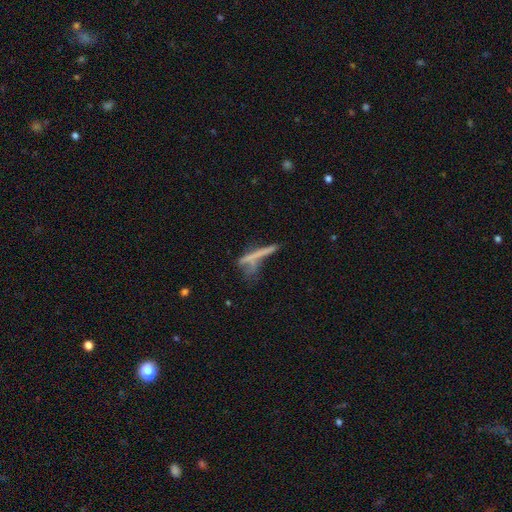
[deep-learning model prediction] Q: Smooth or featured?
A: smooth (44%); runner-up: featured or disk (43%)
Q: Merging?
A: none (44%); runner-up: merger (19%)